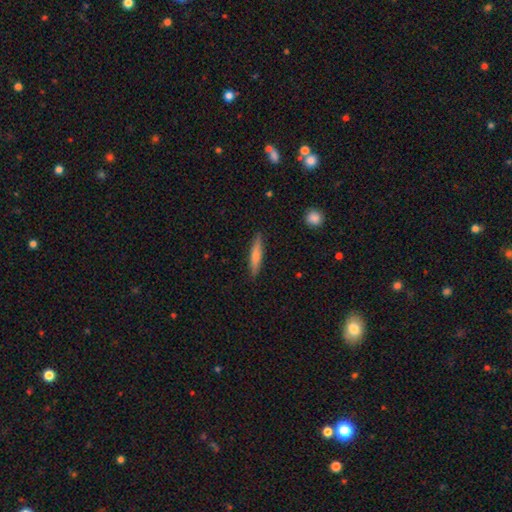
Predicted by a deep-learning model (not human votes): The model was most divided on "smooth or featured": smooth: 60%, featured or disk: 34%, star or artifact: 6%. More confident: merging — none (90%); how rounded — cigar-shaped (90%).